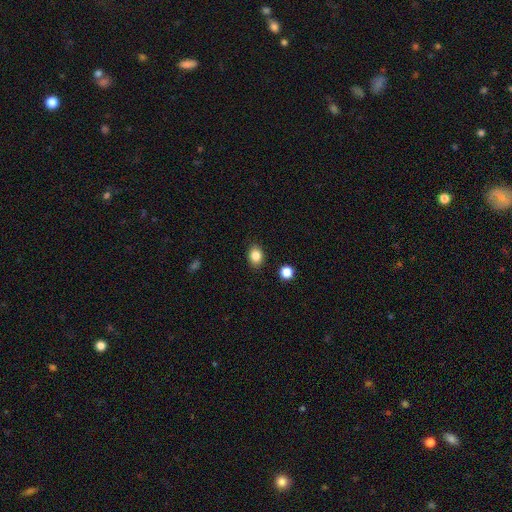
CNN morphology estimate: This appears to be a smooth galaxy with no disk features (85%) that is in between round and cigar-shaped (58%). Merging: none (87%).